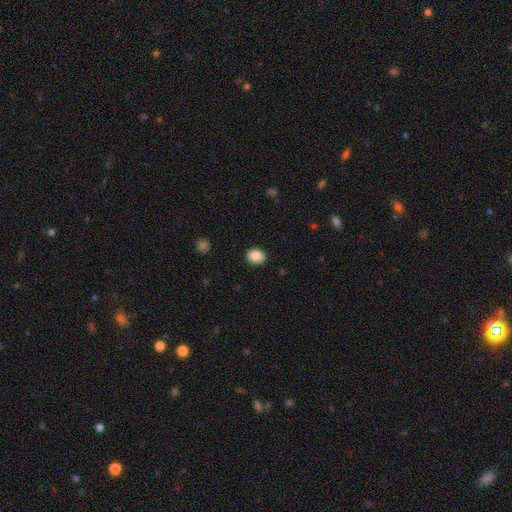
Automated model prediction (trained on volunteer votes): smooth 88%, star or artifact 8%, featured or disk 4%. Down the decision tree: how rounded — in between (60%); merging — none (90%).